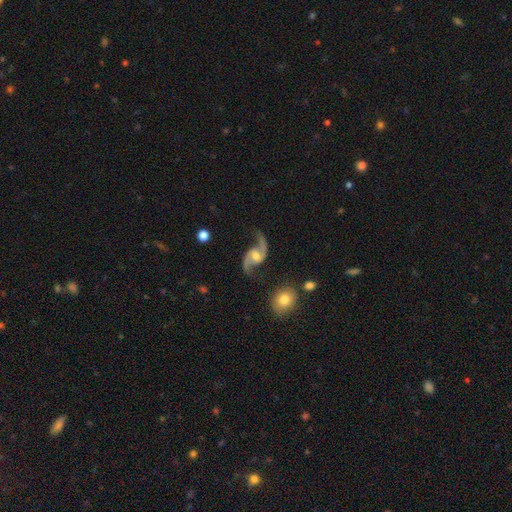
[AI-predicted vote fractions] smooth_or_featured: featured or disk (p=0.92) [alt: star or artifact p=0.04]
disk_edge_on: no (p=0.98) [alt: yes p=0.02]
bar: weak (p=0.46) [alt: no p=0.38]
has_spiral_arms: yes (p=0.98) [alt: no p=0.02]
spiral_winding: loose (p=0.73) [alt: medium p=0.22]
spiral_arm_count: 2 (p=0.94) [alt: 1 p=0.02]
bulge_size: moderate (p=0.56) [alt: small p=0.32]
merging: none (p=0.76) [alt: minor disturbance p=0.14]